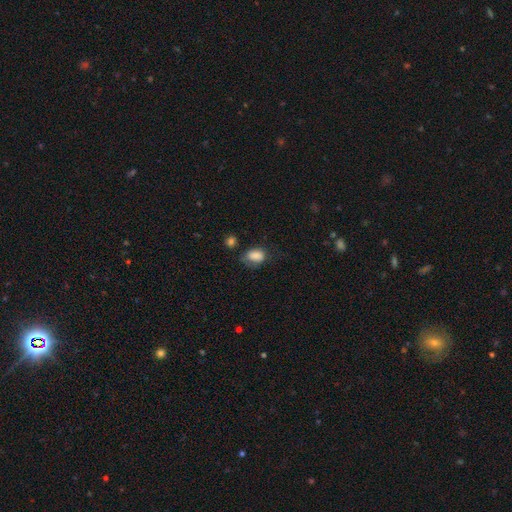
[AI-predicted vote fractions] smooth-or-featured: smooth: 83% | star or artifact: 9% | featured or disk: 8%
  how-rounded: in between: 76% | round: 23% | cigar-shaped: 1%
  merging: none: 45% | minor disturbance: 33% | major disturbance: 17% | merger: 5%